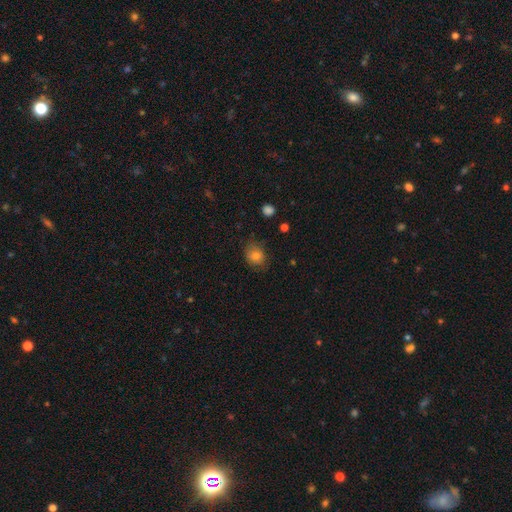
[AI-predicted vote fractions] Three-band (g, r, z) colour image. It shows a smooth galaxy with no disk features (80%) that is round (61%). Merging: none (73%).